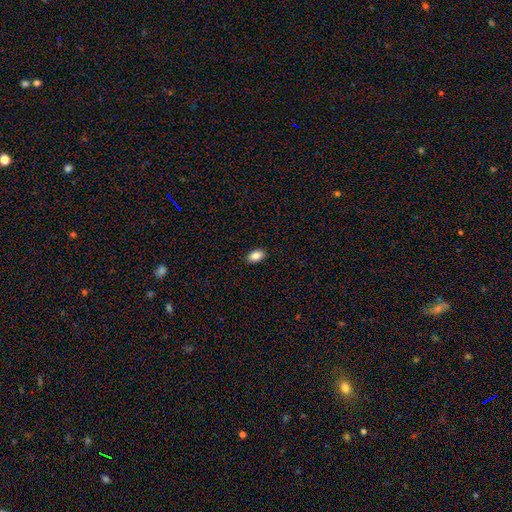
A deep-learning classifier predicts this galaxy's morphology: Smooth or featured?
  - smooth: 87% *
  - star or artifact: 8%
  - featured or disk: 5%
How rounded?
  - in between: 91% *
  - round: 7%
  - cigar-shaped: 2%
Merging?
  - none: 90% *
  - minor disturbance: 8%
  - major disturbance: 2%
  - merger: 1%